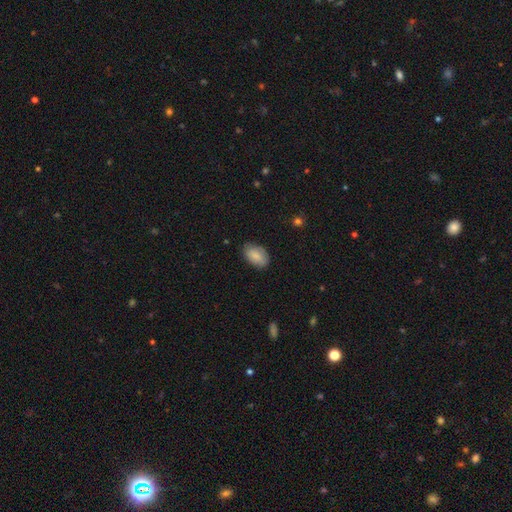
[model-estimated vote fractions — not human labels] Smooth or featured?
  - smooth: 86% *
  - featured or disk: 8%
  - star or artifact: 7%
How rounded?
  - in between: 92% *
  - round: 7%
  - cigar-shaped: 1%
Merging?
  - none: 77% *
  - minor disturbance: 18%
  - major disturbance: 3%
  - merger: 1%